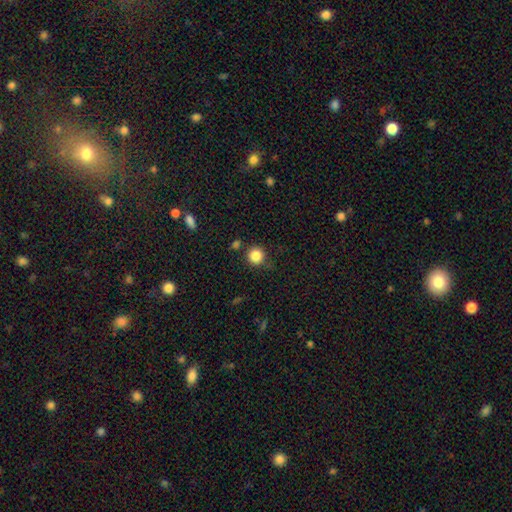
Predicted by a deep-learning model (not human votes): smooth 85%, star or artifact 11%, featured or disk 4%. Down the decision tree: how rounded — round (94%); merging — none (82%).